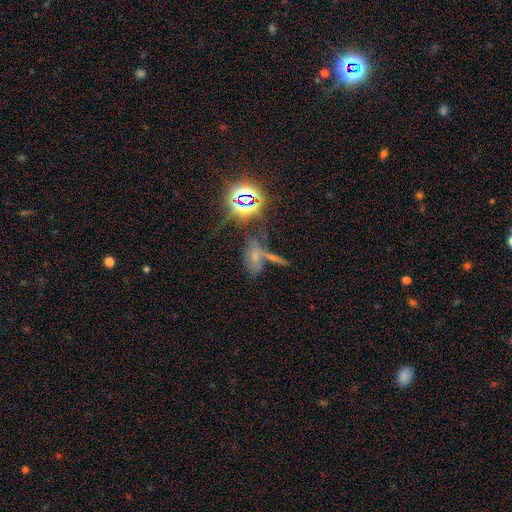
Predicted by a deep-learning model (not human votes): This is marginally a smooth galaxy (45%). Merging: marginally none (40%).